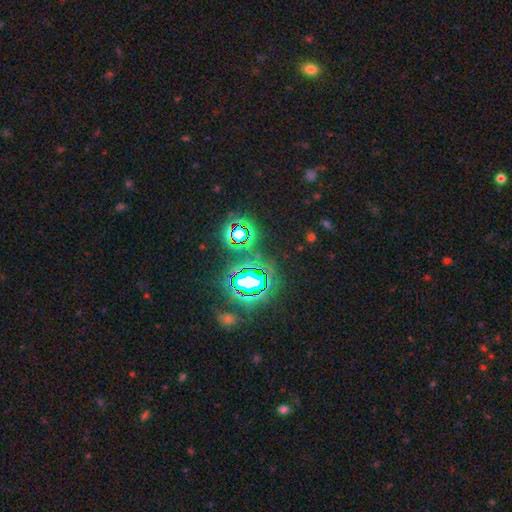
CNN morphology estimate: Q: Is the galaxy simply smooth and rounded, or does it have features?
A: star or artifact — 77%.